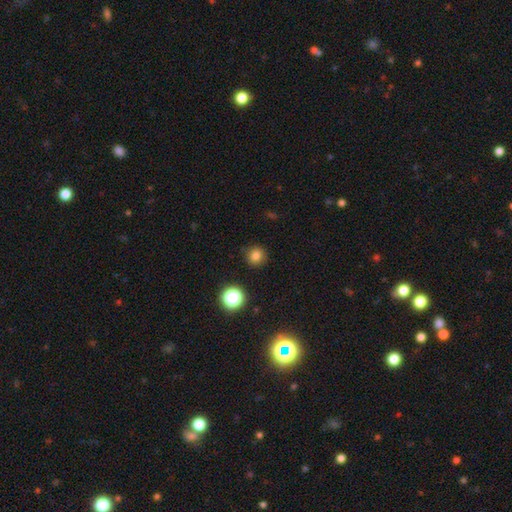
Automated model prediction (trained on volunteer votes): smooth-or-featured: smooth: 79% | star or artifact: 15% | featured or disk: 5%
  how-rounded: round: 92% | in between: 7% | cigar-shaped: 1%
  merging: none: 89% | minor disturbance: 7% | major disturbance: 2% | merger: 2%